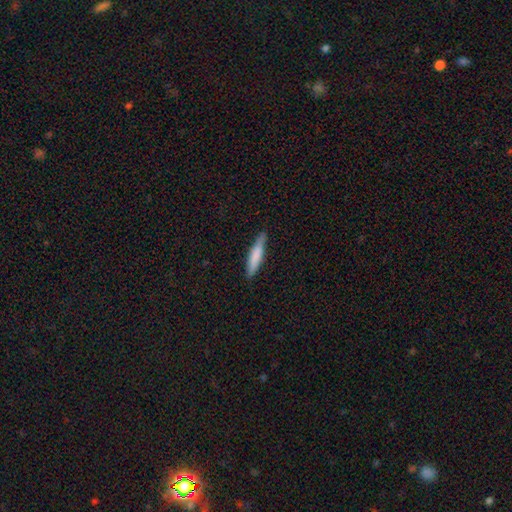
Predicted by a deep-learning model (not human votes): A smooth galaxy with no disk features (72%) that is cigar-shaped (89%).

Vote fractions:
- Smooth or featured? smooth: 72% / featured or disk: 22% / star or artifact: 5%
- How rounded? cigar-shaped: 89% / in between: 9% / round: 1%
- Merging? none: 84% / minor disturbance: 12% / major disturbance: 2% / merger: 1%